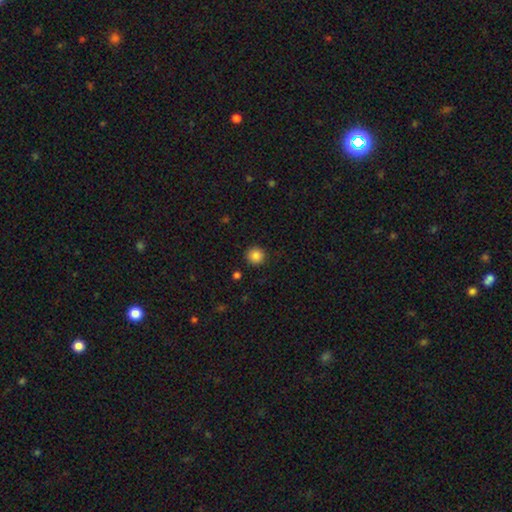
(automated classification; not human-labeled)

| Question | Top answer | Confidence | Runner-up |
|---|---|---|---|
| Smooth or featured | smooth | 85% | star or artifact (10%) |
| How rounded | round | 94% | in between (6%) |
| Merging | none | 91% | minor disturbance (6%) |